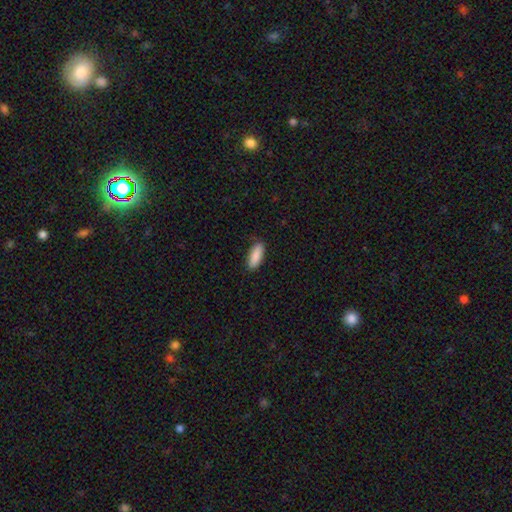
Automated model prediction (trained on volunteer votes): A smooth galaxy with no disk features (89%) that is in between round and cigar-shaped (69%).

Vote fractions:
- Smooth or featured? smooth: 89% / star or artifact: 6% / featured or disk: 5%
- How rounded? in between: 69% / cigar-shaped: 29% / round: 2%
- Merging? none: 87% / minor disturbance: 10% / major disturbance: 2% / merger: 1%